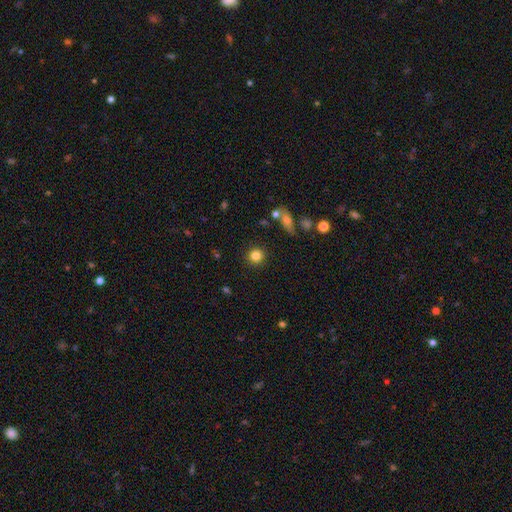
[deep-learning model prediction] A smooth galaxy with no disk features (83%) that is round (93%). Merging: none (90%).